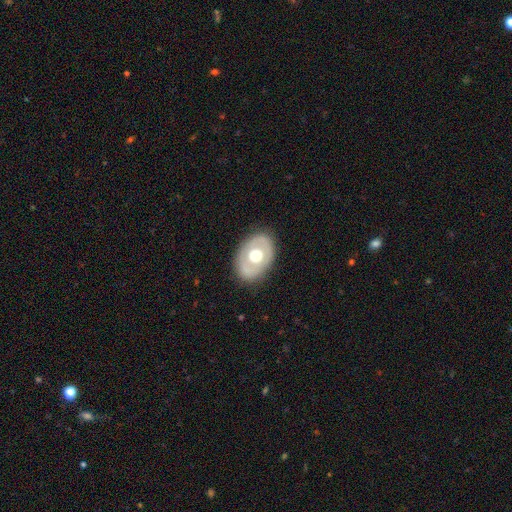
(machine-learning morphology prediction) The model was most divided on "smooth or featured": featured or disk: 48%, smooth: 46%, star or artifact: 6%. More confident: merging — none (82%).